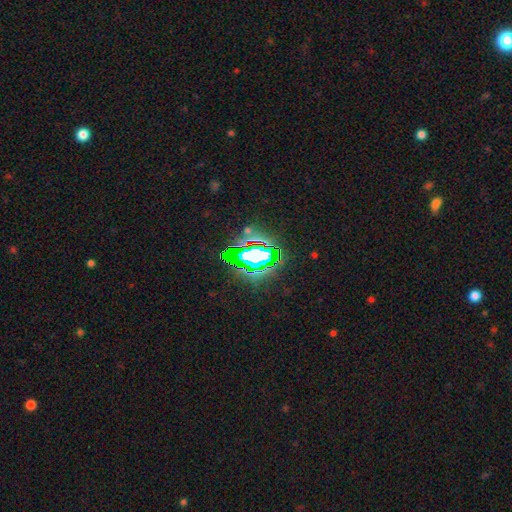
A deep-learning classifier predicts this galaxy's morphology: Q: Smooth or featured?
A: star or artifact (68%); runner-up: smooth (17%)